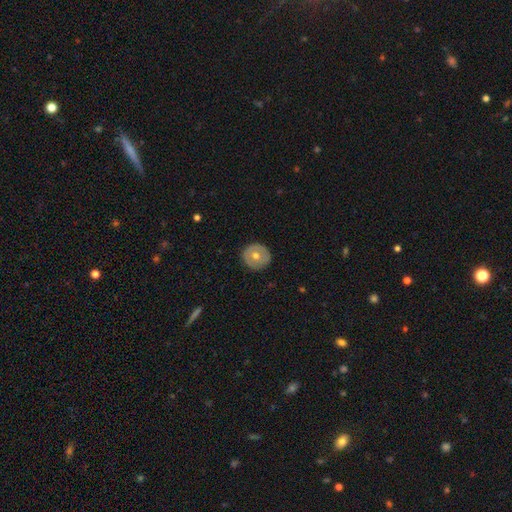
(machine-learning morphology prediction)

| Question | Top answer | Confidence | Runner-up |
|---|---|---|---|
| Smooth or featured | smooth | 54% | featured or disk (39%) |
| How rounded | round | 94% | in between (5%) |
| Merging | none | 90% | minor disturbance (7%) |